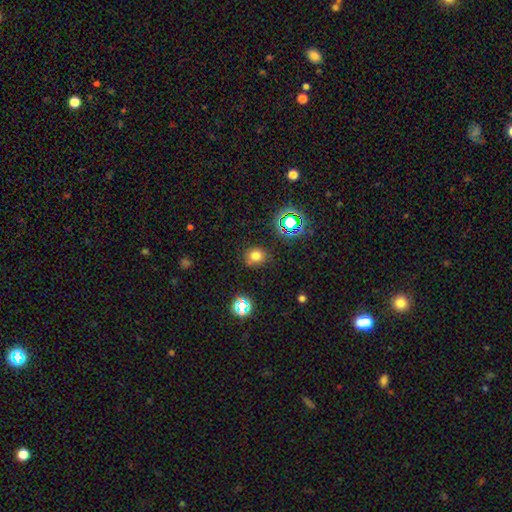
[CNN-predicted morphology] smooth 70%, star or artifact 22%, featured or disk 7%. Down the decision tree: how rounded — round (72%); merging — none (78%).